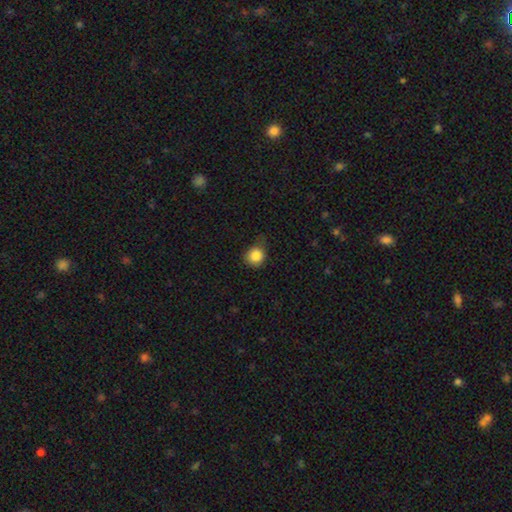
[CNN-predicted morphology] Overall: smooth (85%). How rounded: round (88%). Merging: none (63%; minor disturbance 29%).